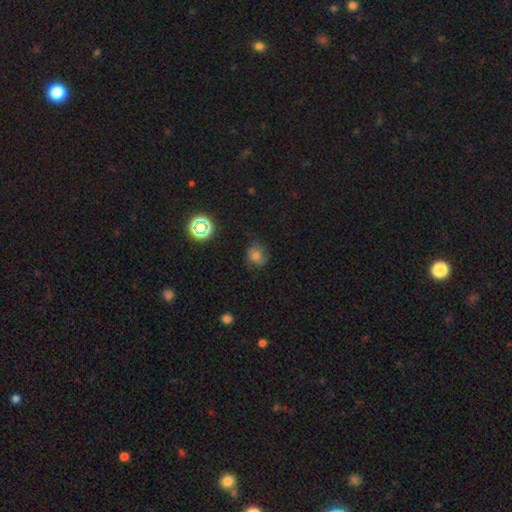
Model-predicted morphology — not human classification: smooth-or-featured: smooth: 60% | featured or disk: 22% | star or artifact: 18%
  how-rounded: round: 76% | in between: 23% | cigar-shaped: 1%
  merging: none: 62% | minor disturbance: 25% | major disturbance: 12% | merger: 2%